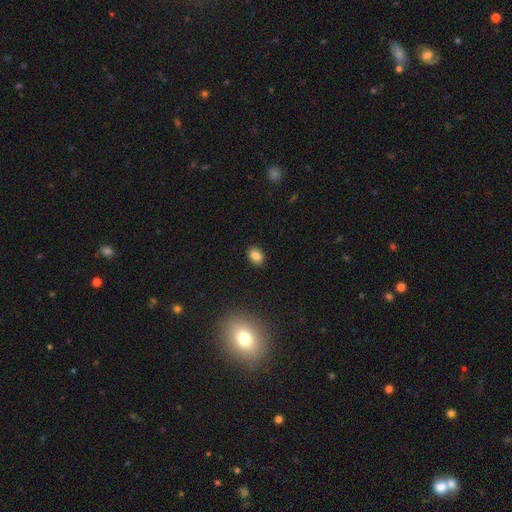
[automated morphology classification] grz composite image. It shows a smooth galaxy with no disk features (85%) that is in between round and cigar-shaped (73%). Merging: none (89%).